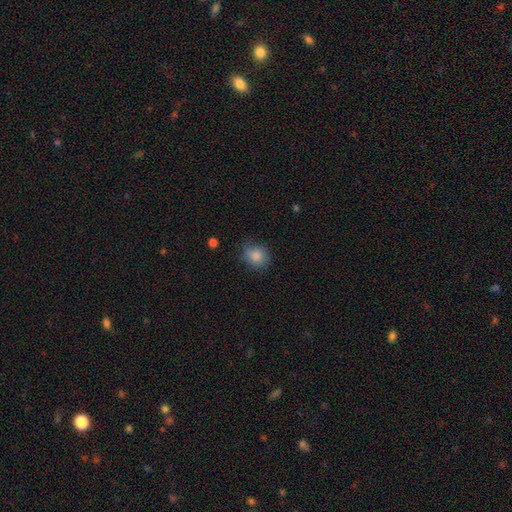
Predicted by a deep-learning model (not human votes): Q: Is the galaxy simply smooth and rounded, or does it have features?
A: smooth — 85%.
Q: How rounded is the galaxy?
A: round — 65%.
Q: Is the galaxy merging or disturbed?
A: none — 73%.